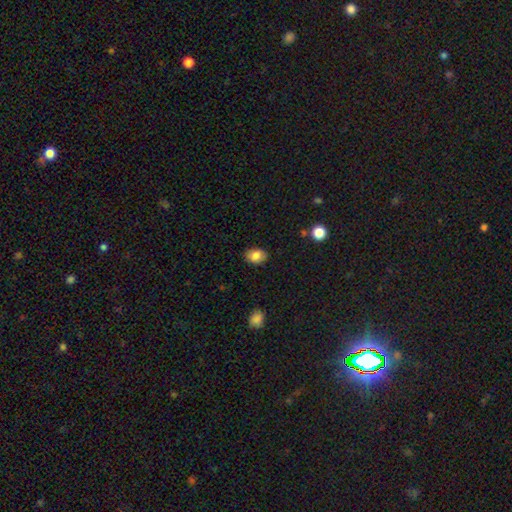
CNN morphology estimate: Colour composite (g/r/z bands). It shows a smooth galaxy with no disk features (84%) that is in between round and cigar-shaped (75%). Merging: none (84%).